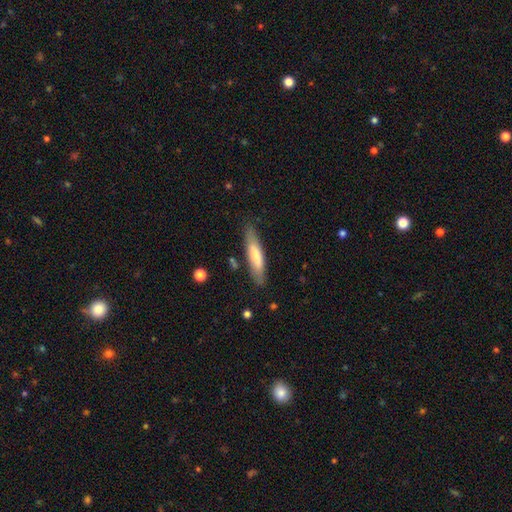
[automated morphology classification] Smooth or featured? Predicted: smooth (p=0.68). How rounded? Predicted: cigar-shaped (p=0.76). Merging? Predicted: none (p=0.81).